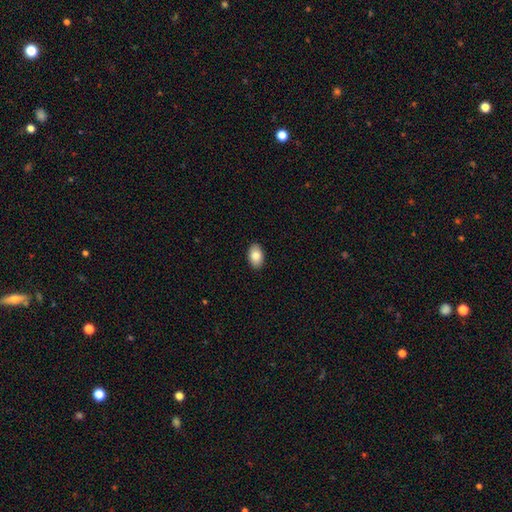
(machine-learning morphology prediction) Smooth or featured: smooth — 84% (featured or disk — 9%)
How rounded: in between — 92% (round — 7%)
Merging: none — 90% (minor disturbance — 7%)